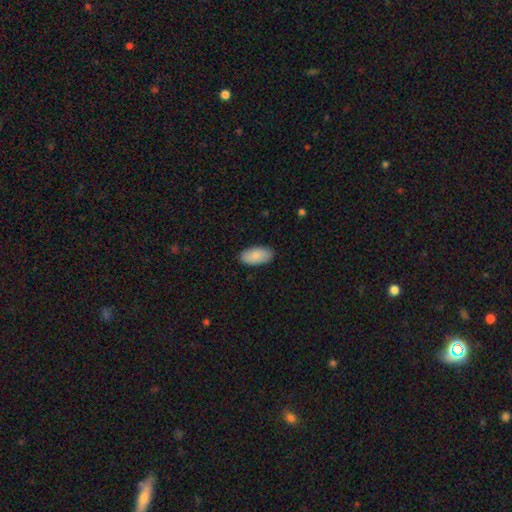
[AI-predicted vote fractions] Q: Smooth or featured?
A: smooth (87%); runner-up: featured or disk (7%)
Q: How rounded?
A: in between (95%); runner-up: cigar-shaped (3%)
Q: Merging?
A: none (88%); runner-up: minor disturbance (9%)